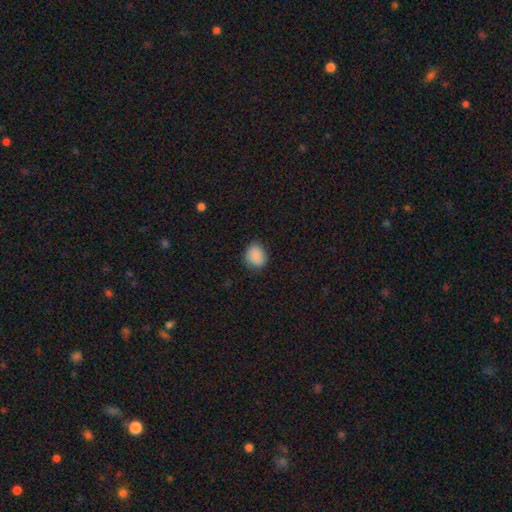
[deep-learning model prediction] This appears to be a smooth galaxy with no disk features (88%) that is round (60%). Merging: none (81%).